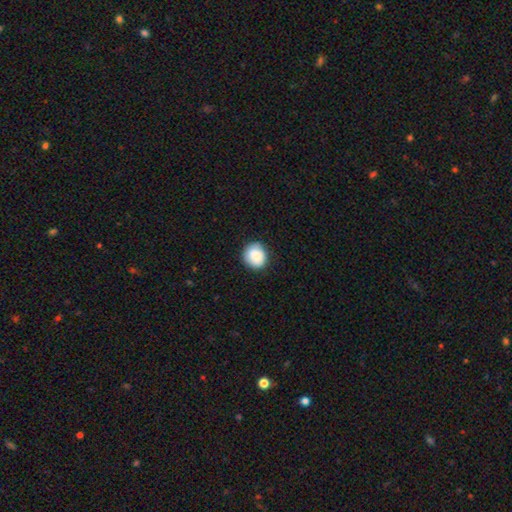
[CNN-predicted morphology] Smooth or featured?
  - smooth: 88% *
  - star or artifact: 7%
  - featured or disk: 5%
How rounded?
  - round: 81% *
  - in between: 18%
  - cigar-shaped: 1%
Merging?
  - none: 85% *
  - minor disturbance: 12%
  - major disturbance: 2%
  - merger: 1%